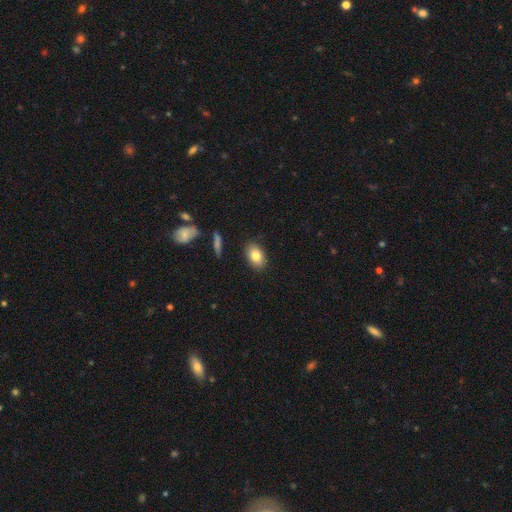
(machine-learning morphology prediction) type=smooth (82%); roundness=in between (87%); merging=none (86%).